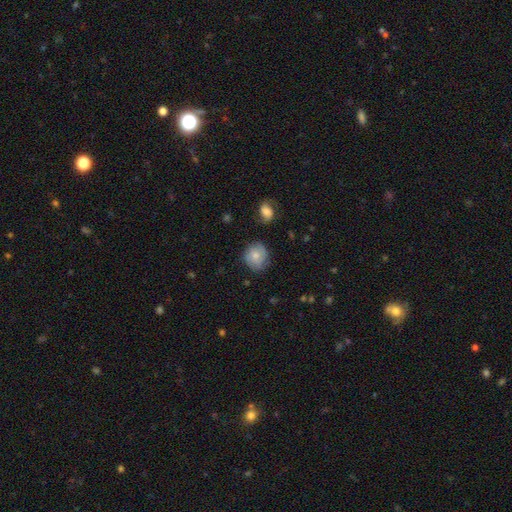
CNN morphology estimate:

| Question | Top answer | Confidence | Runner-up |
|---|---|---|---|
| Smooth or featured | smooth | 59% | featured or disk (33%) |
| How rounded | round | 77% | in between (22%) |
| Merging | none | 72% | minor disturbance (20%) |